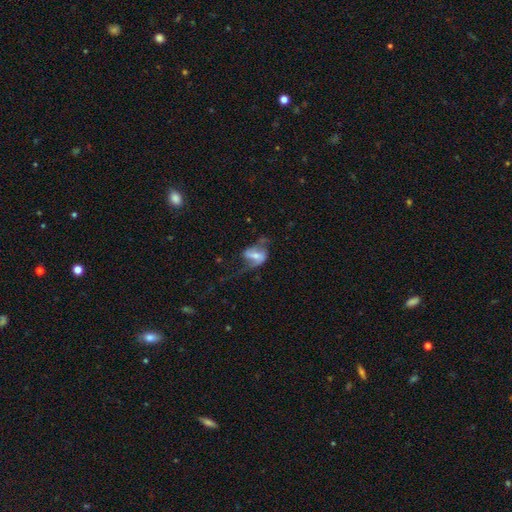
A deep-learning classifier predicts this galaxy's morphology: This is likely a featured or disk galaxy (70%). It is clearly not viewed edge-on (95%). Bar: marginally strong (44%). Spiral arm pattern: clearly yes (83%). Spiral arm count: clearly 2 (83%). Spiral winding: likely loose (66%). Central bulge: marginally small (42%). Merging: marginally none (44%).